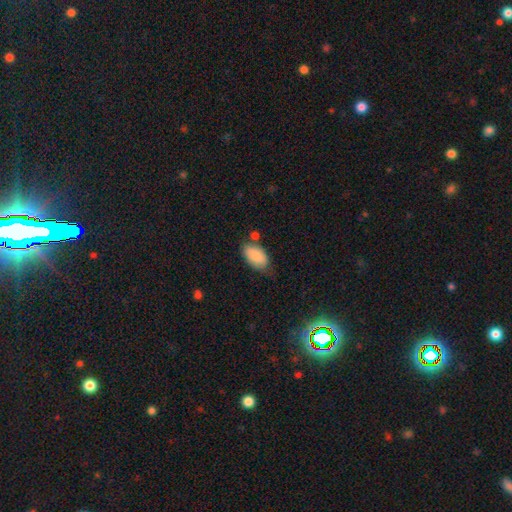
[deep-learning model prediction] Smooth or featured? Predicted: smooth (p=0.88). How rounded? Predicted: in between (p=0.94). Merging? Predicted: none (p=0.58).